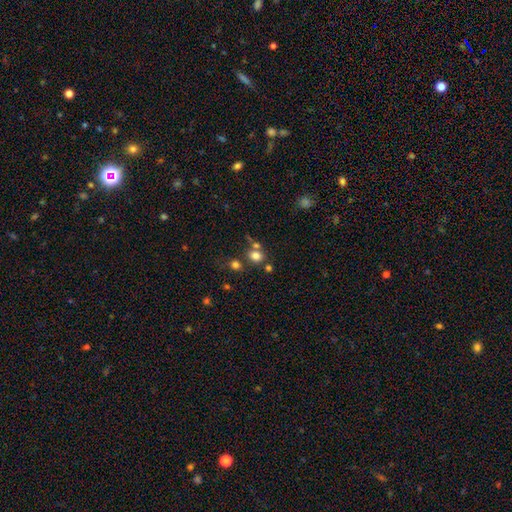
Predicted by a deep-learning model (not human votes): Smooth or featured: smooth — 77% (star or artifact — 15%)
How rounded: round — 73% (in between — 26%)
Merging: none — 61% (merger — 24%)